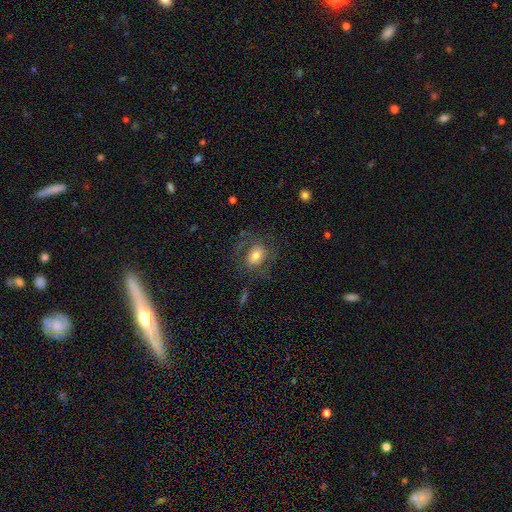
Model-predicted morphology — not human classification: A smooth galaxy with no disk features (48%). Merging: none (58%).